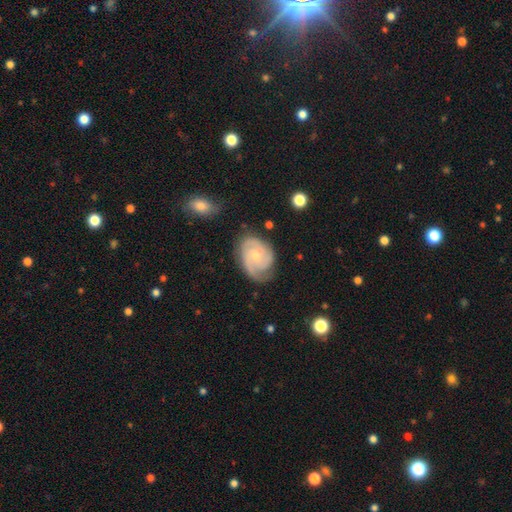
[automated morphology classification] featured or disk 81%, smooth 14%, star or artifact 5%. Down the decision tree: edge-on disk — no (98%); bar — no (65%); spiral arms — yes (95%); spiral arm count — 2 (39%); spiral winding — tight (52%); bulge size — small (65%); merging — none (67%).